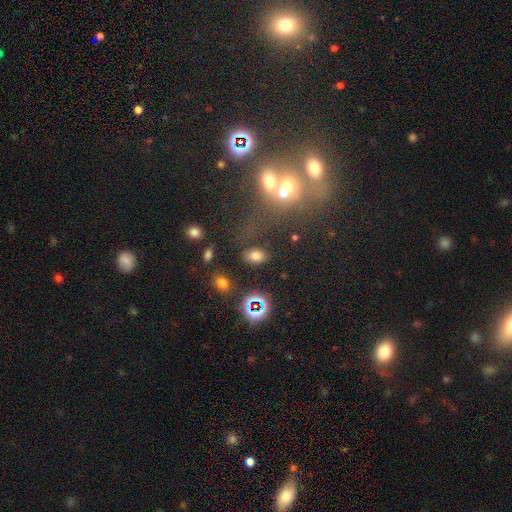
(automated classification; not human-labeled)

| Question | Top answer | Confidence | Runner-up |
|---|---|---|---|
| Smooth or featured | smooth | 71% | star or artifact (19%) |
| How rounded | in between | 82% | round (16%) |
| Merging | none | 75% | minor disturbance (13%) |